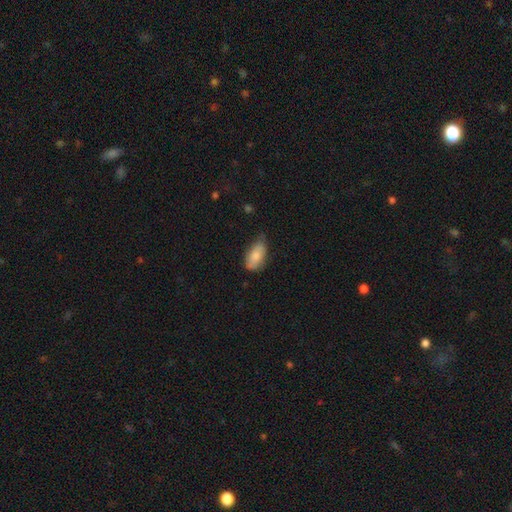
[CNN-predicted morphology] This is clearly a smooth galaxy (80%). How rounded: clearly in between (91%). Merging: possibly none (56%).